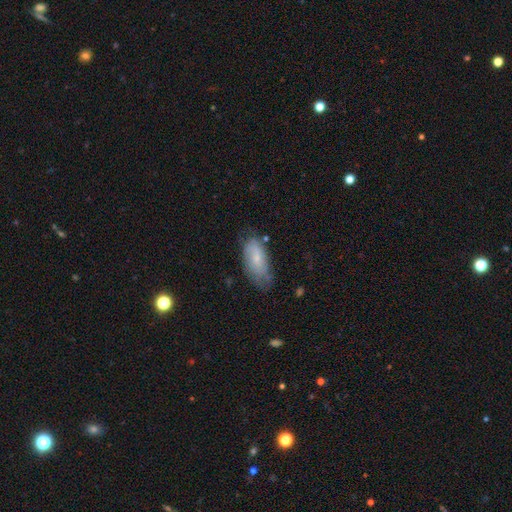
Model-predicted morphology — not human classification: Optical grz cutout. It shows a smooth galaxy with no disk features (58%) that is in between round and cigar-shaped (87%). Merging: none (58%).